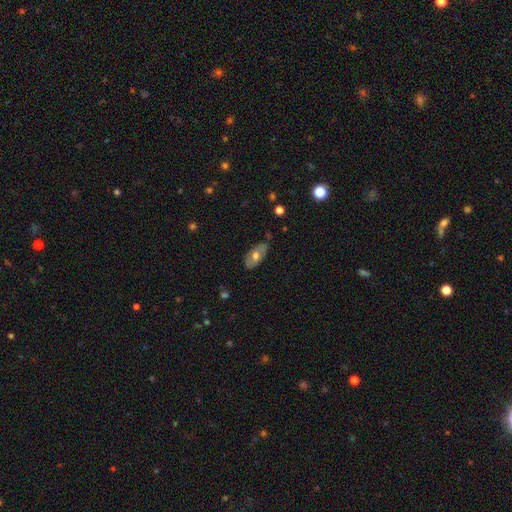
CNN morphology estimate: This appears to be a smooth galaxy with no disk features (51%) that is in between round and cigar-shaped (90%). Merging: none (76%).